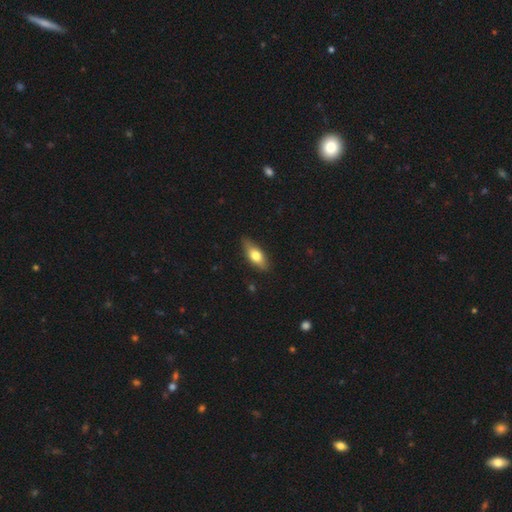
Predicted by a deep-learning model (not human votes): Q: Smooth or featured?
A: smooth (66%); runner-up: featured or disk (28%)
Q: How rounded?
A: in between (72%); runner-up: cigar-shaped (25%)
Q: Merging?
A: none (83%); runner-up: minor disturbance (14%)